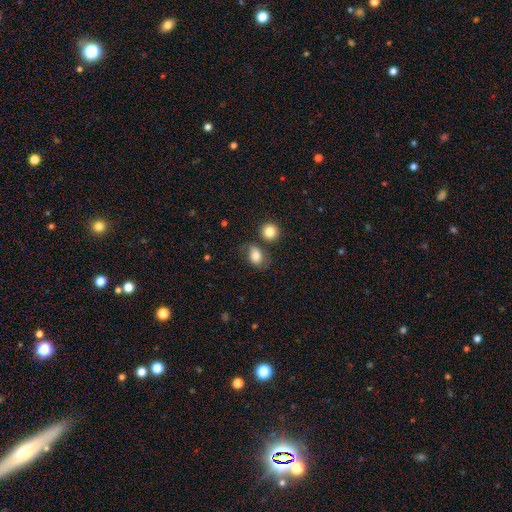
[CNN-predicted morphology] Overall: smooth (75%). How rounded: in between (67%; round 31%). Merging: none (52%; minor disturbance 25%).